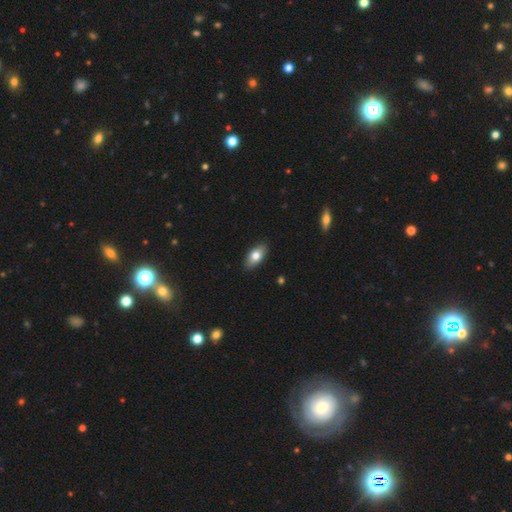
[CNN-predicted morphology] The model was most divided on "smooth or featured": smooth: 76%, featured or disk: 18%, star or artifact: 7%. More confident: merging — none (89%); how rounded — in between (89%).